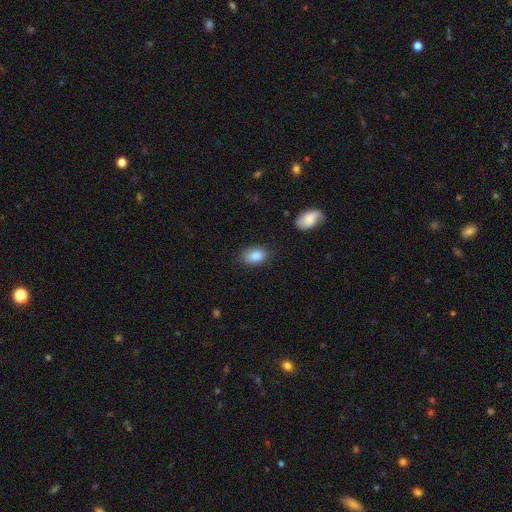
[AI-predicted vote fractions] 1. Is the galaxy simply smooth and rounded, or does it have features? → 86% smooth, 8% star or artifact, 6% featured or disk.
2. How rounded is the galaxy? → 87% in between, 12% round, 1% cigar-shaped.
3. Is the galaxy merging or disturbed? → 79% none, 16% minor disturbance, 4% major disturbance, 2% merger.